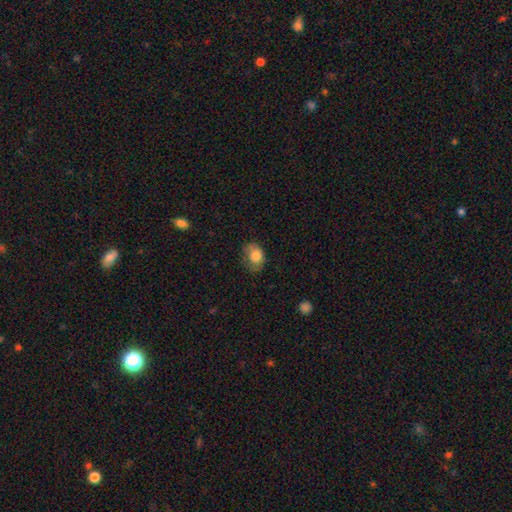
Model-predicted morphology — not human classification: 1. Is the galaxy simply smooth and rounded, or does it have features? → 80% smooth, 11% featured or disk, 8% star or artifact.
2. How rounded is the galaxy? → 66% in between, 33% round, 1% cigar-shaped.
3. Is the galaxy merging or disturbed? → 57% none, 30% minor disturbance, 11% major disturbance, 1% merger.